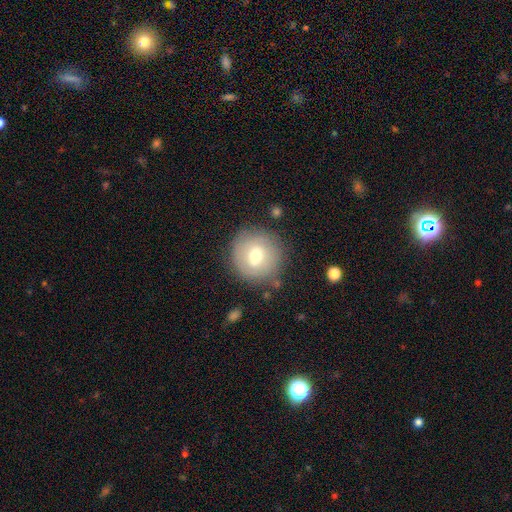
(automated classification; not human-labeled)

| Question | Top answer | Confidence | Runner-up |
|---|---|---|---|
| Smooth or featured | smooth | 64% | featured or disk (27%) |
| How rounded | round | 93% | in between (6%) |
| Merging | none | 80% | minor disturbance (13%) |